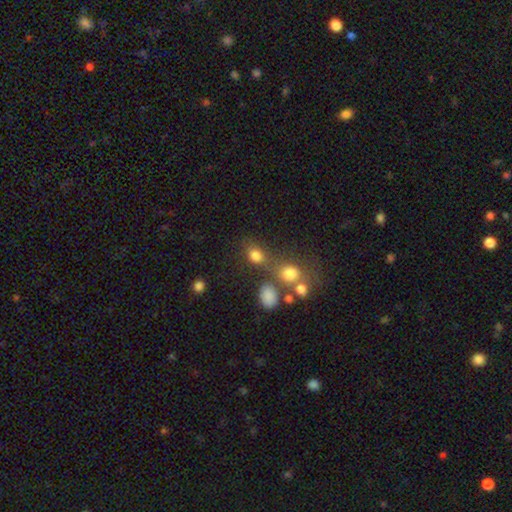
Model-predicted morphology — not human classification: This is likely a smooth galaxy (78%). How rounded: possibly round (53%). Merging: possibly none (50%).